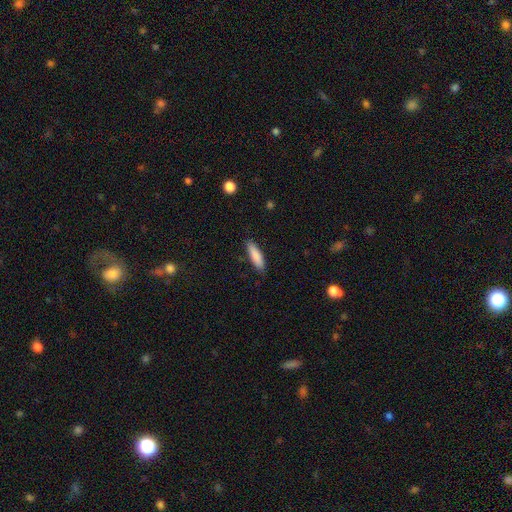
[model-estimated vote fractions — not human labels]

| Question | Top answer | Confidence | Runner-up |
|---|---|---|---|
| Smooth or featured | smooth | 85% | featured or disk (9%) |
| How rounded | cigar-shaped | 67% | in between (32%) |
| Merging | none | 86% | minor disturbance (10%) |